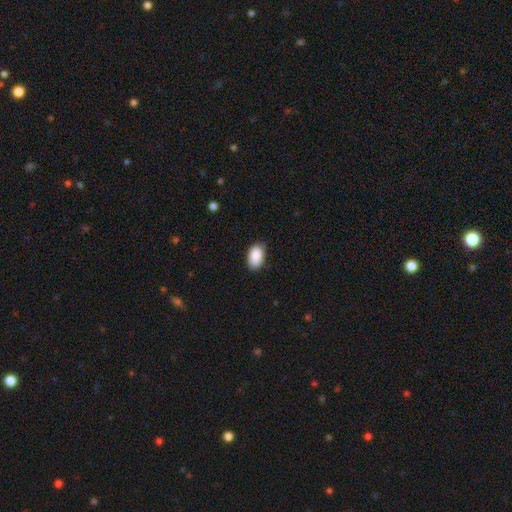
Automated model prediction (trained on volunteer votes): Q: Smooth or featured?
A: smooth (90%); runner-up: star or artifact (7%)
Q: How rounded?
A: in between (92%); runner-up: round (7%)
Q: Merging?
A: none (82%); runner-up: minor disturbance (15%)